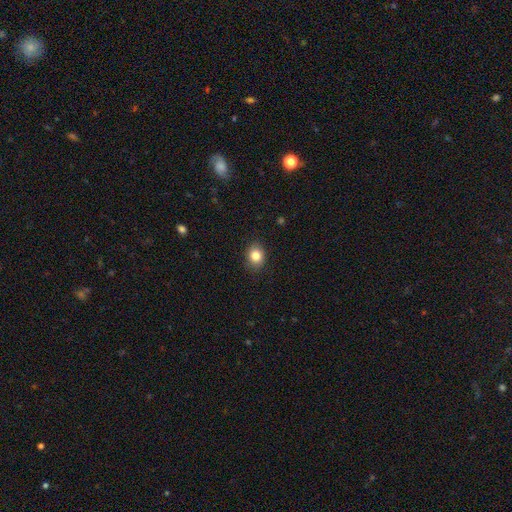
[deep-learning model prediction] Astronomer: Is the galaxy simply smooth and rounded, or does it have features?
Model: smooth — 84%.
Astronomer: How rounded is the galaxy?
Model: round — 54% (runner-up: in between, 45%).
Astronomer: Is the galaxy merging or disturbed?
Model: none — 87%.